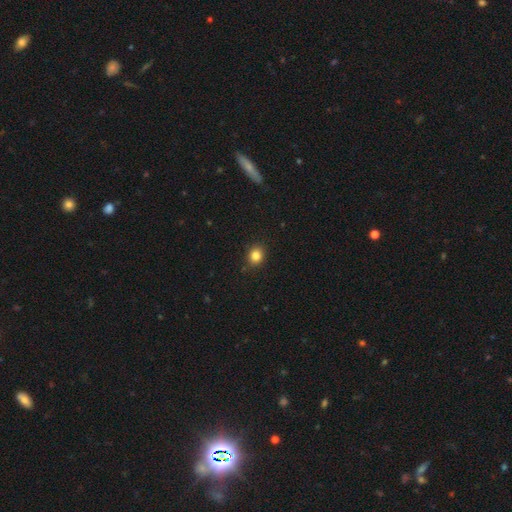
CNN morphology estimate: A smooth galaxy with no disk features (84%) that is round (69%). Merging: none (88%).